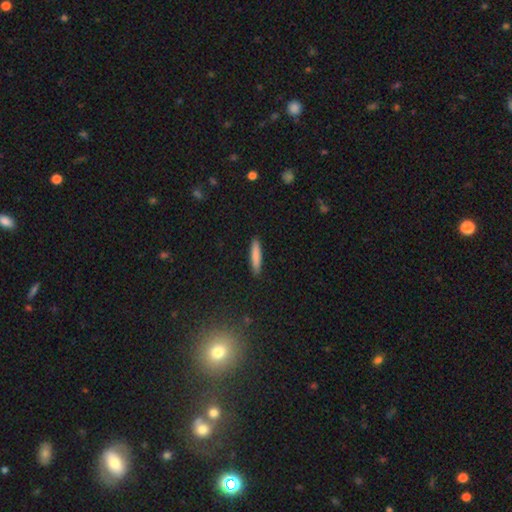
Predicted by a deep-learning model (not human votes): Smooth or featured?
  - smooth: 83% *
  - featured or disk: 10%
  - star or artifact: 7%
How rounded?
  - cigar-shaped: 88% *
  - in between: 10%
  - round: 1%
Merging?
  - none: 91% *
  - minor disturbance: 7%
  - major disturbance: 2%
  - merger: 1%